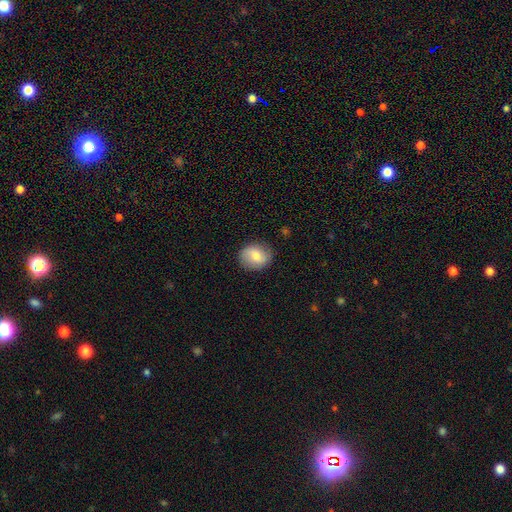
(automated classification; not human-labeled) Morphology: type=smooth (67%); roundness=round (67%); merging=none (84%).